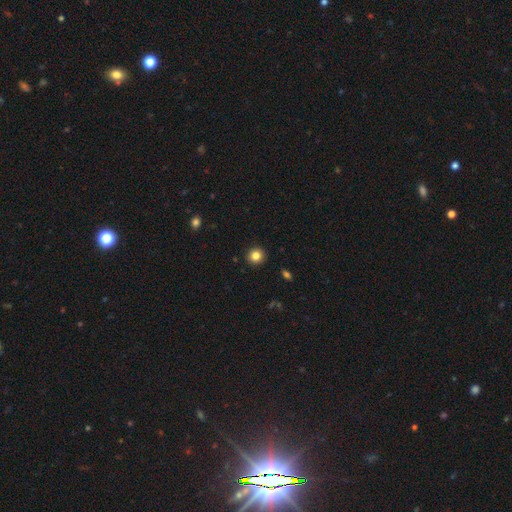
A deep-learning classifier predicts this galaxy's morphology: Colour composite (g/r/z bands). It shows a smooth galaxy with no disk features (83%) that is round (92%). Merging: none (92%).